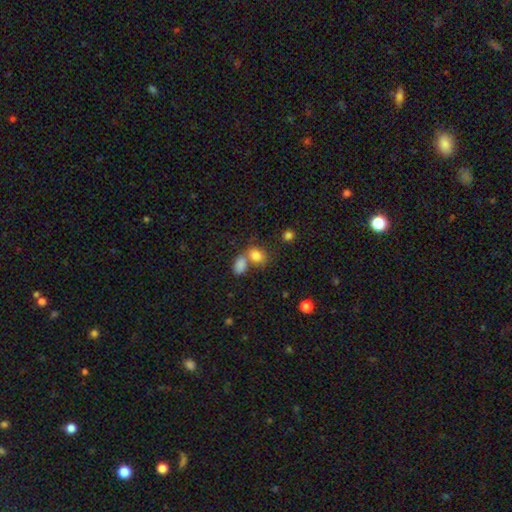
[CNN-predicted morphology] smooth_or_featured: smooth (p=0.82) [alt: star or artifact p=0.10]
how_rounded: in between (p=0.65) [alt: round p=0.34]
merging: merger (p=0.45) [alt: none p=0.40]